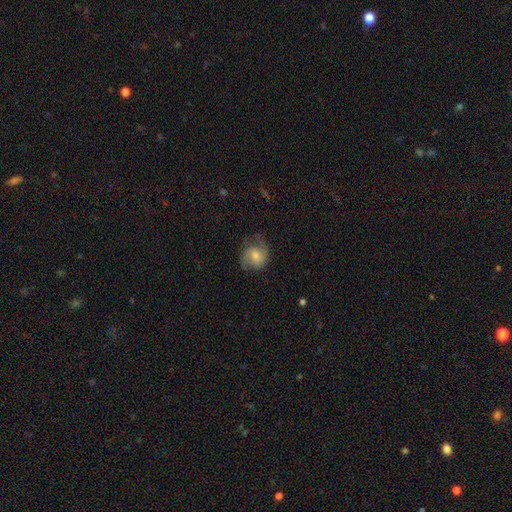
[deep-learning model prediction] Smooth or featured? featured or disk (54%)
Edge-on disk? no (97%)
Bar? no (55%)
Spiral arms? yes (90%)
Bulge size? moderate (46%)
Merging? none (65%)